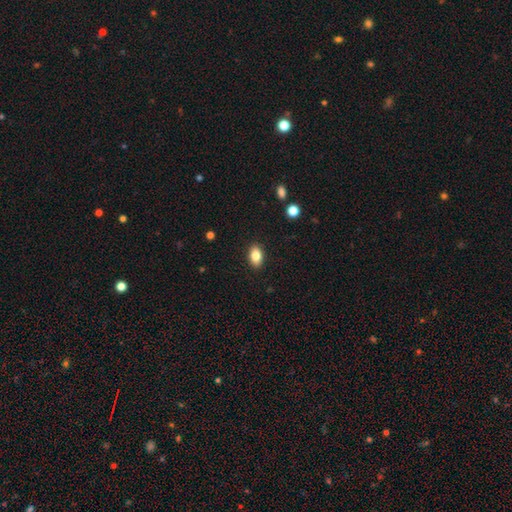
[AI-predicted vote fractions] Smooth or featured: smooth — 83% (featured or disk — 9%)
How rounded: in between — 89% (round — 9%)
Merging: none — 89% (minor disturbance — 8%)